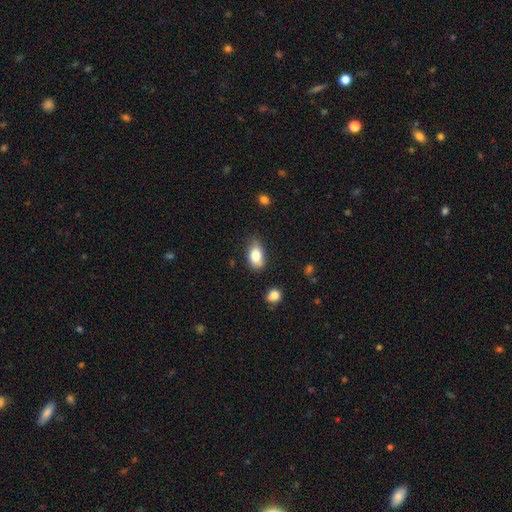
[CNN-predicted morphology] This is clearly a smooth galaxy (82%). How rounded: clearly in between (89%). Merging: likely none (69%).